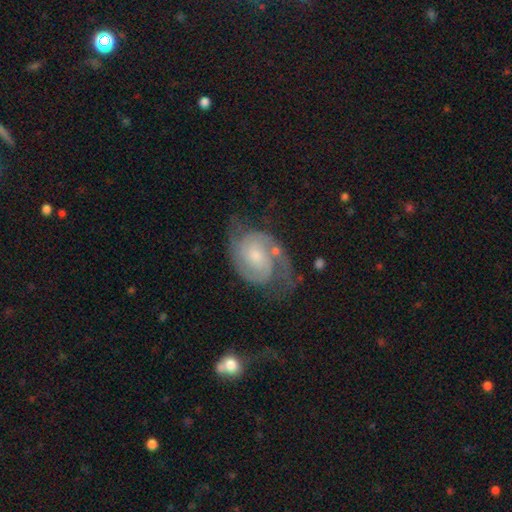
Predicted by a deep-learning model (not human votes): A featured or disk galaxy (87%) with no bar (63%), 2 (86%) medium (44%) spiral arms (97%) and a small central bulge (55%).

Vote fractions:
- Smooth or featured? featured or disk: 87% / smooth: 8% / star or artifact: 5%
- Edge-on disk? no: 98% / yes: 2%
- Bar? no: 63% / weak: 31% / strong: 6%
- Spiral arms? yes: 97% / no: 3%
- Spiral winding? medium: 44% / tight: 43% / loose: 13%
- Spiral arm count? 2: 86% / can't tell: 5% / 3: 3% / 1: 3% / 4: 1% / more than 4: 1%
- Bulge size? small: 55% / moderate: 35% / none: 6% / large: 4% / dominant: 1%
- Merging? none: 63% / minor disturbance: 20% / major disturbance: 13% / merger: 4%